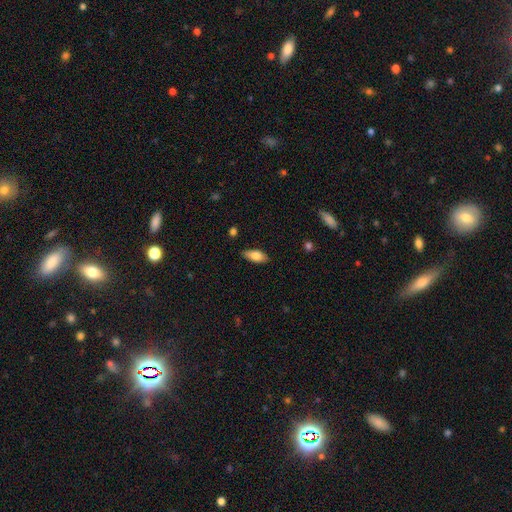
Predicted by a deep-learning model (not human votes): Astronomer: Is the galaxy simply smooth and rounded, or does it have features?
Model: smooth — 80%.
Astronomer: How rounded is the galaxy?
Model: in between — 84%.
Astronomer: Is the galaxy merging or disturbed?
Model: none — 82%.